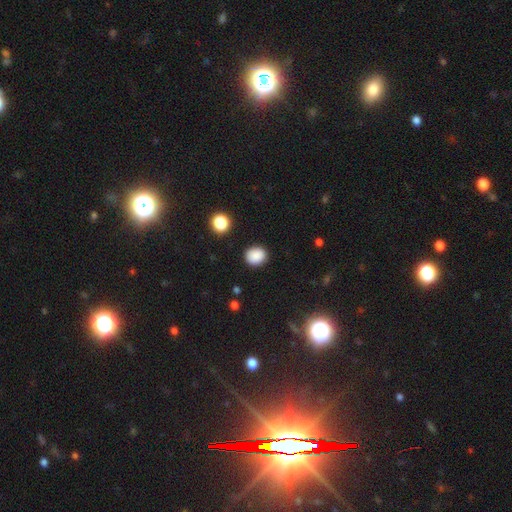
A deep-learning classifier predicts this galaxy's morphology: Smooth or featured? Predicted: smooth (p=0.87). How rounded? Predicted: round (p=0.67). Merging? Predicted: none (p=0.88).